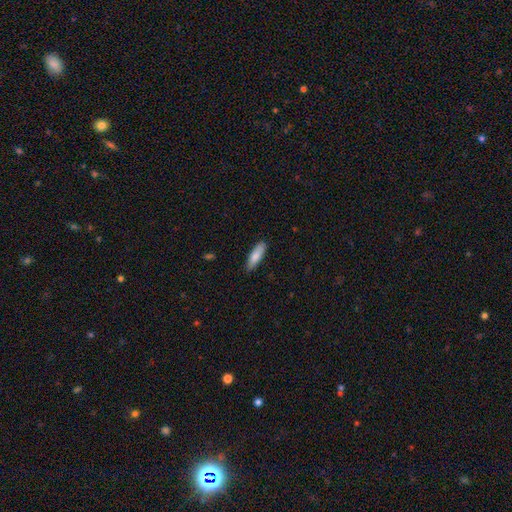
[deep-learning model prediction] Morphology: type=smooth (84%); roundness=cigar-shaped (55%); merging=none (86%).